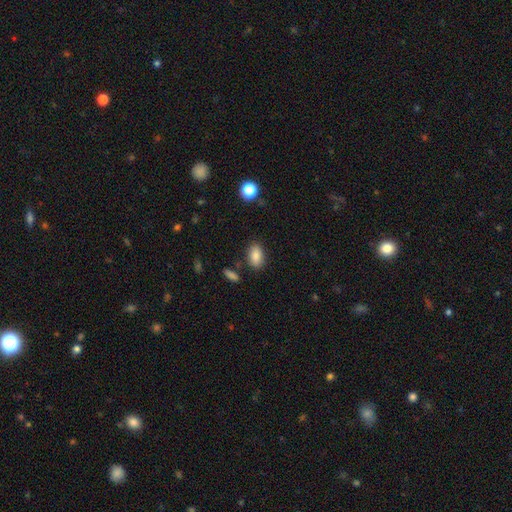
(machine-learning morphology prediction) This appears to be a smooth galaxy with no disk features (85%) that is in between round and cigar-shaped (90%). Merging: none (84%).